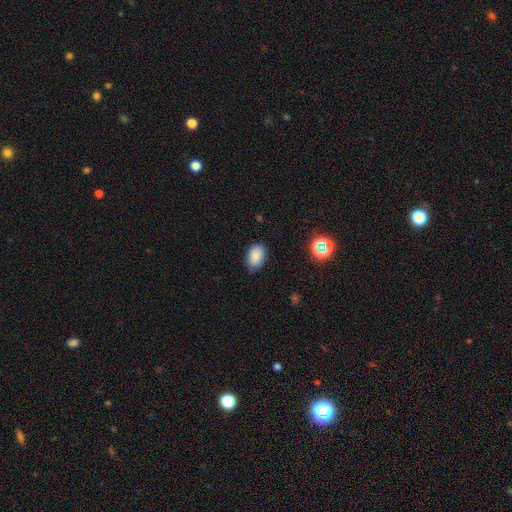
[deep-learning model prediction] This is clearly a smooth galaxy (86%). How rounded: clearly in between (87%). Merging: likely none (79%).